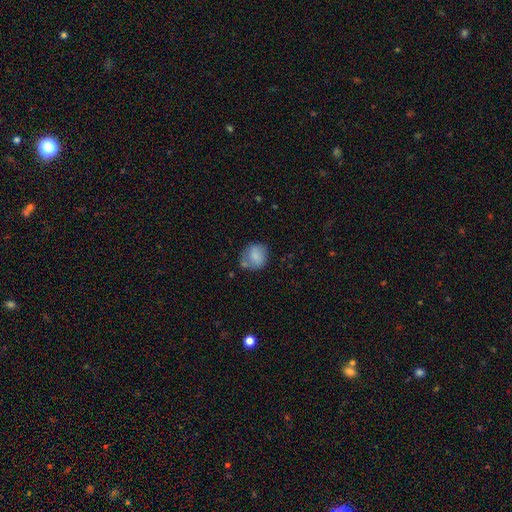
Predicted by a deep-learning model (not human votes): smooth 77%, featured or disk 14%, star or artifact 8%. Down the decision tree: how rounded — round (73%); merging — none (54%).